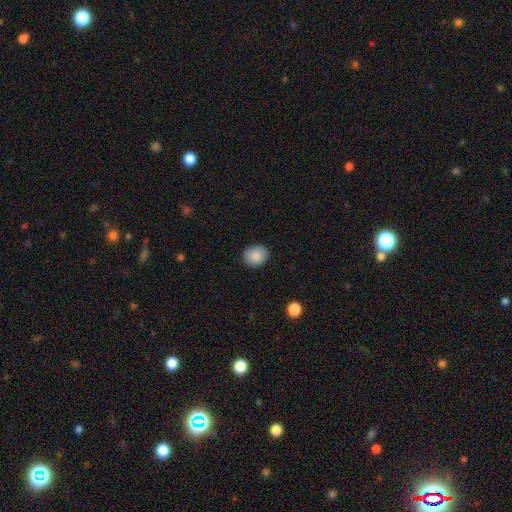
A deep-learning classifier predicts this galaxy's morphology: Smooth or featured: smooth — 88% (star or artifact — 8%)
How rounded: round — 67% (in between — 32%)
Merging: none — 88% (minor disturbance — 9%)